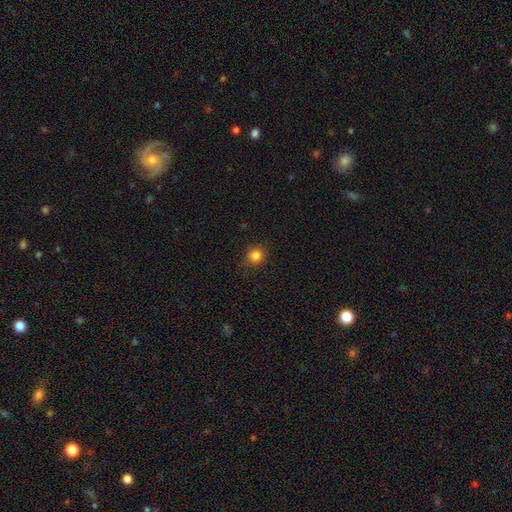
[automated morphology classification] A smooth galaxy with no disk features (83%) that is round (90%).

Vote fractions:
- Smooth or featured? smooth: 83% / star or artifact: 12% / featured or disk: 4%
- How rounded? round: 90% / in between: 9% / cigar-shaped: 1%
- Merging? none: 88% / minor disturbance: 9% / major disturbance: 2% / merger: 1%